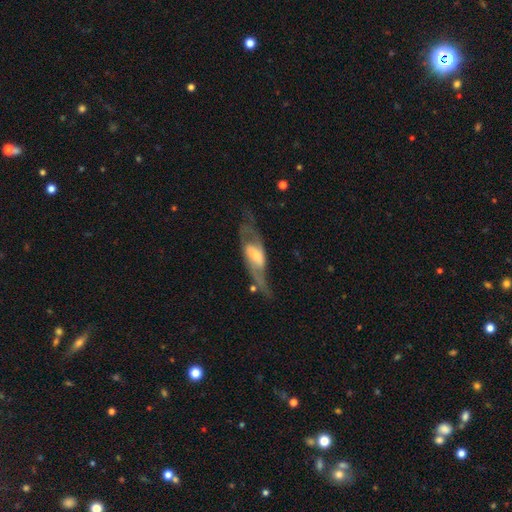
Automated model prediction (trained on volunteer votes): The model was most divided on "bulge size": large: 27%, moderate: 26%, small: 25%, none: 16%, dominant: 5%. Remaining: spiral arm count — 2 (84%); spiral arms — yes (84%); edge-on disk — no (84%); smooth or featured — featured or disk (74%); spiral winding — loose (51%); merging — none (46%); bar — weak (41%).